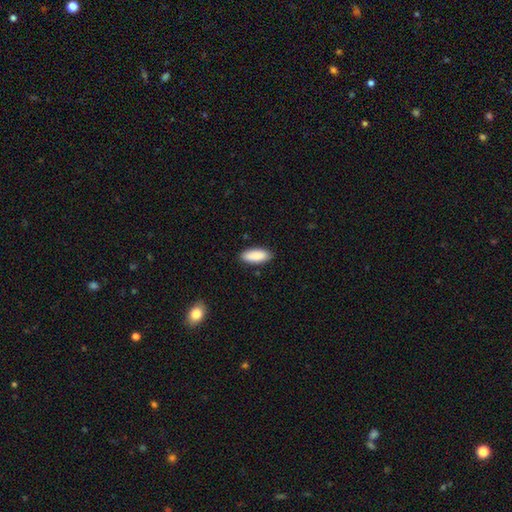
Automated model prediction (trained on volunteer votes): This is clearly a smooth galaxy (90%). How rounded: clearly in between (83%). Merging: clearly none (88%).